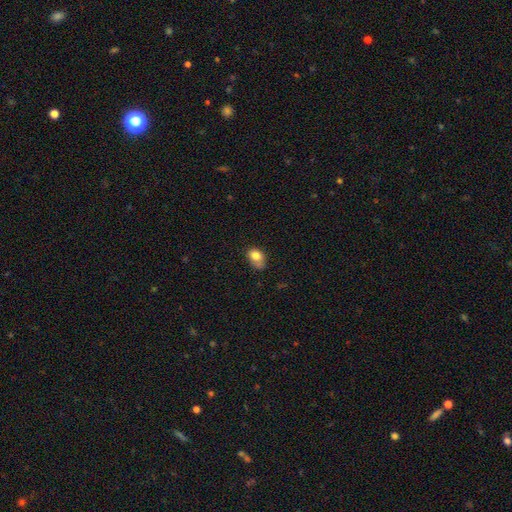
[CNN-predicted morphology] This appears to be a smooth galaxy with no disk features (79%) that is in between round and cigar-shaped (70%). Merging: none (44%).